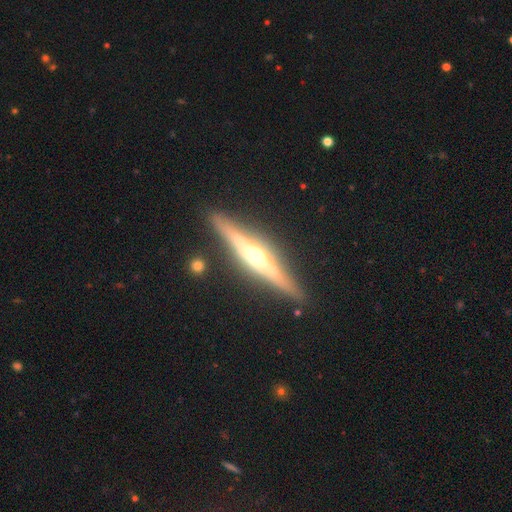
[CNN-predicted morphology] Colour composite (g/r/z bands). It shows a featured or disk galaxy (82%) viewed edge-on (97%) with a rounded central bulge (86%). Merging: none (88%).